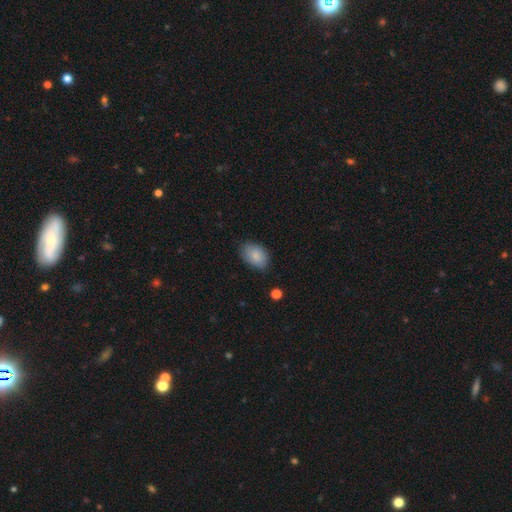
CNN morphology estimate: The model was most divided on "merging": none: 78%, minor disturbance: 18%, major disturbance: 3%, merger: 1%. More confident: smooth or featured — smooth (85%); how rounded — in between (84%).